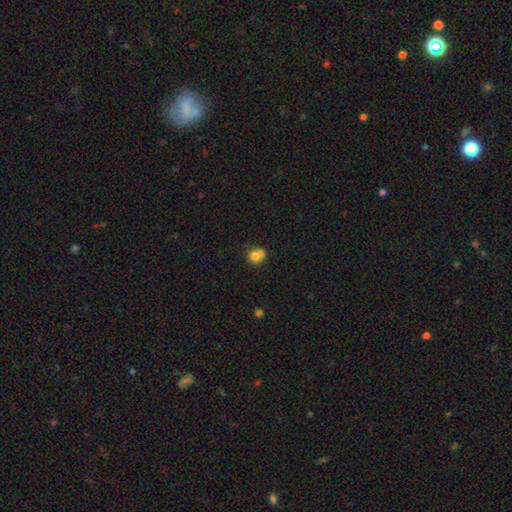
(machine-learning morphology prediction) Smooth or featured? smooth (74%)
How rounded? round (79%)
Merging? merger (50%)